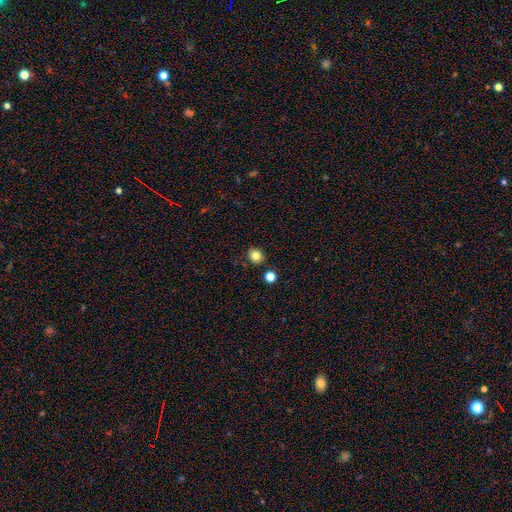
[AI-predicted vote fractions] This appears to be a smooth galaxy with no disk features (82%) that is round (77%). Merging: none (87%).